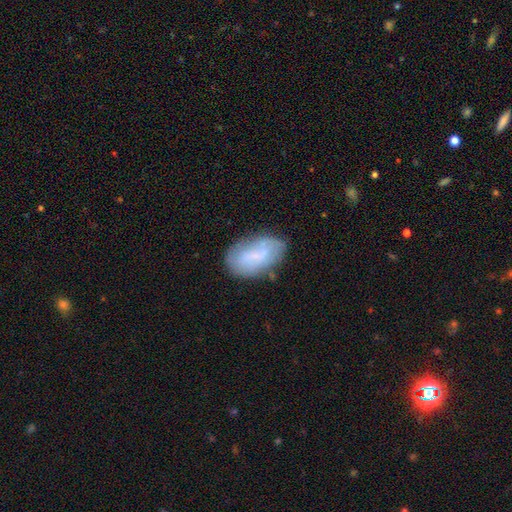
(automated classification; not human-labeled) A smooth galaxy with no disk features (53%) that is in between round and cigar-shaped (93%).

Vote fractions:
- Smooth or featured? smooth: 53% / featured or disk: 39% / star or artifact: 8%
- How rounded? in between: 93% / round: 5% / cigar-shaped: 2%
- Merging? none: 63% / minor disturbance: 24% / major disturbance: 8% / merger: 5%